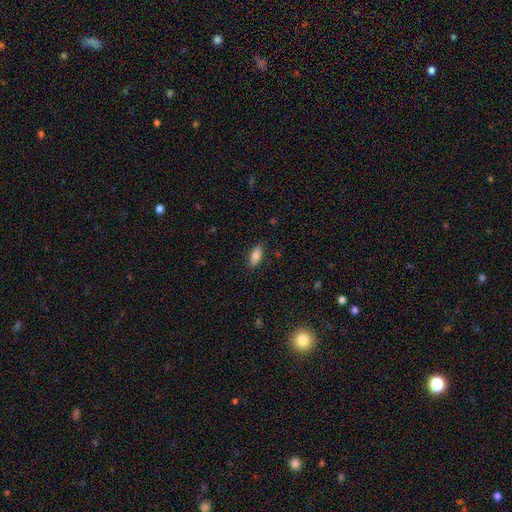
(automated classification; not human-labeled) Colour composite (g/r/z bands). It shows a smooth galaxy with no disk features (80%) that is in between round and cigar-shaped (83%). Merging: none (85%).